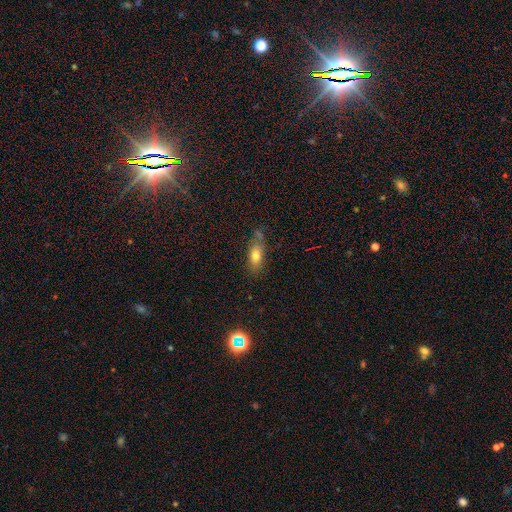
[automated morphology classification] smooth_or_featured: smooth (p=0.74) [alt: featured or disk p=0.16]
how_rounded: in between (p=0.78) [alt: cigar-shaped p=0.16]
merging: none (p=0.64) [alt: minor disturbance p=0.24]